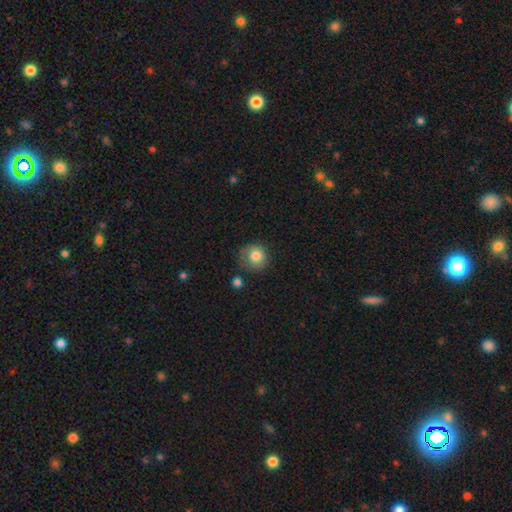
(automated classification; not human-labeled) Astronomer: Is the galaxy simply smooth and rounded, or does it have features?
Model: smooth — 81%.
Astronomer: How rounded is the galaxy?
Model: round — 89%.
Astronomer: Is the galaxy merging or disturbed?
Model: none — 68%.